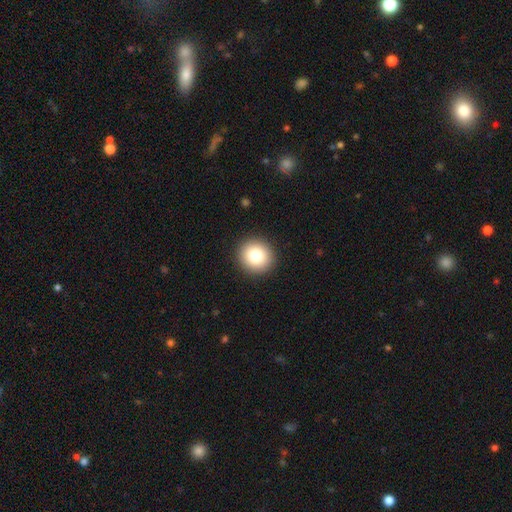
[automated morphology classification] This appears to be a smooth galaxy with no disk features (82%) that is round (92%). Merging: none (92%).